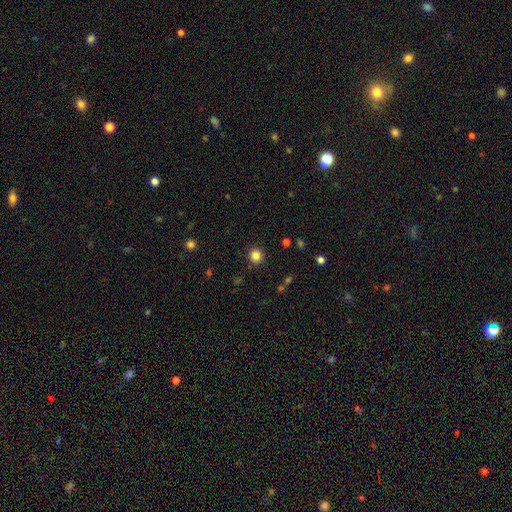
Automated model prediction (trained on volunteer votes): smooth_or_featured: smooth (p=0.83) [alt: star or artifact p=0.13]
how_rounded: round (p=0.94) [alt: in between p=0.06]
merging: none (p=0.92) [alt: minor disturbance p=0.05]